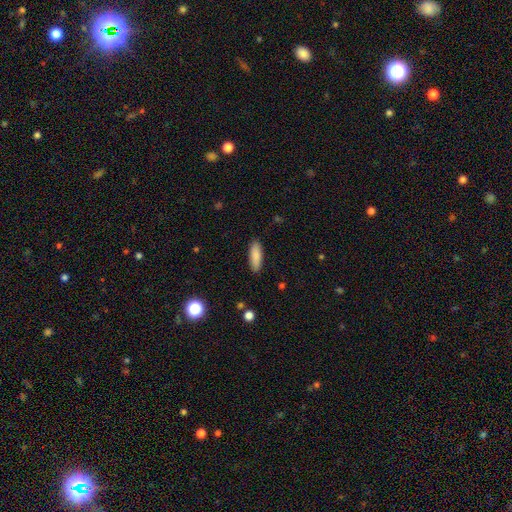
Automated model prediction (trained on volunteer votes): A smooth galaxy with no disk features (86%) that is in between round and cigar-shaped (52%). Merging: none (89%).